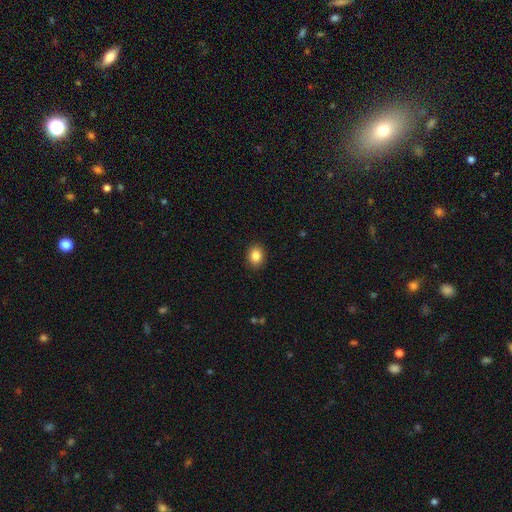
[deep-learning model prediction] smooth_or_featured: smooth (p=0.86) [alt: star or artifact p=0.09]
how_rounded: in between (p=0.50) [alt: round p=0.49]
merging: none (p=0.90) [alt: minor disturbance p=0.07]